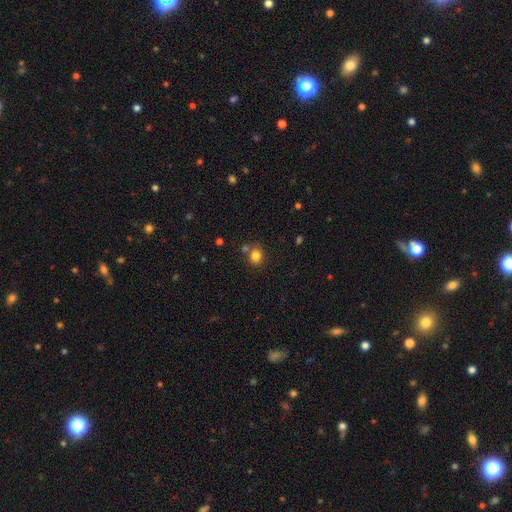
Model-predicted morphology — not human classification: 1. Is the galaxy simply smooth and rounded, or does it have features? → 81% smooth, 12% star or artifact, 6% featured or disk.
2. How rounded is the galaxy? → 69% round, 30% in between, 1% cigar-shaped.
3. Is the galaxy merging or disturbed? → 69% none, 16% merger, 11% minor disturbance, 4% major disturbance.